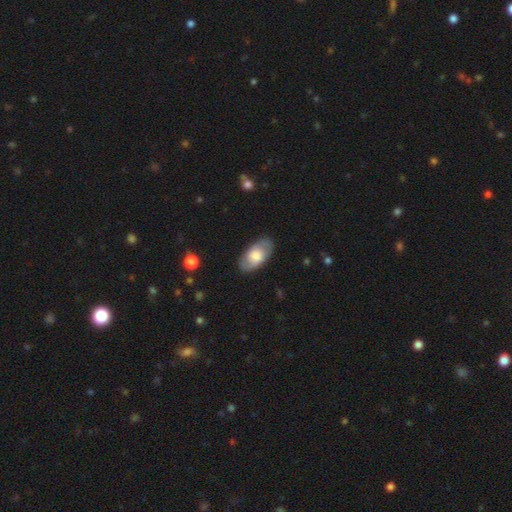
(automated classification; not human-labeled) A smooth galaxy with no disk features (62%) that is in between round and cigar-shaped (94%). Merging: none (83%).